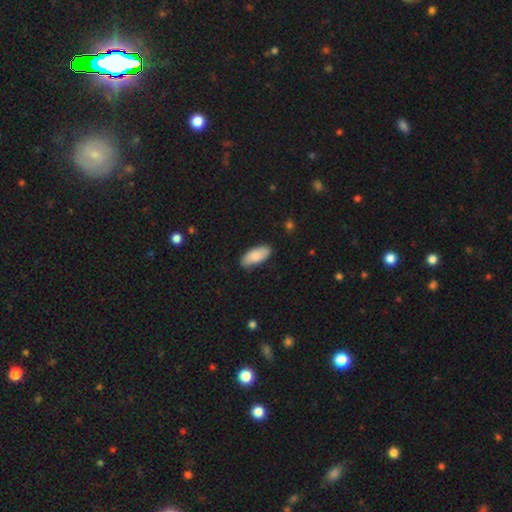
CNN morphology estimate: smooth-or-featured: smooth: 84% | featured or disk: 11% | star or artifact: 6%
  how-rounded: in between: 88% | cigar-shaped: 11% | round: 2%
  merging: none: 84% | minor disturbance: 12% | major disturbance: 2% | merger: 1%